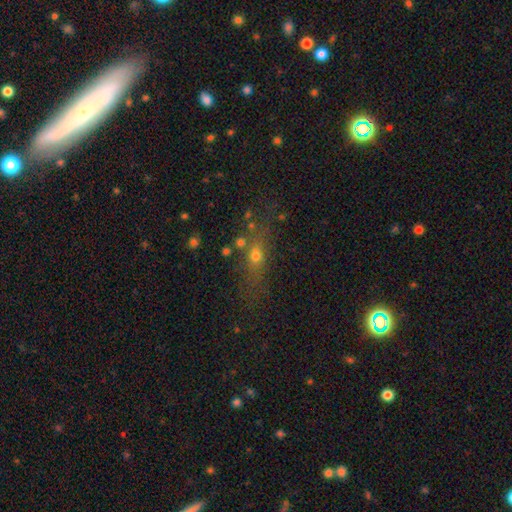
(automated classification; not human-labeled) Q: Smooth or featured?
A: smooth (57%); runner-up: featured or disk (23%)
Q: How rounded?
A: in between (43%); runner-up: cigar-shaped (32%)
Q: Merging?
A: none (59%); runner-up: minor disturbance (17%)